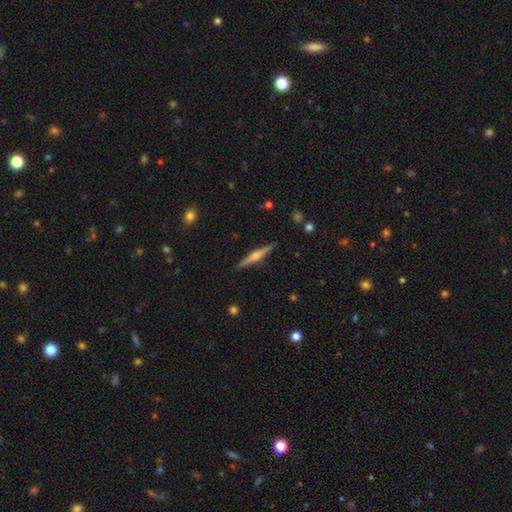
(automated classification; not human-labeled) Morphology: type=featured or disk (74%); edge-on=yes (98%); edge-on bulge=rounded (86%); merging=none (91%).